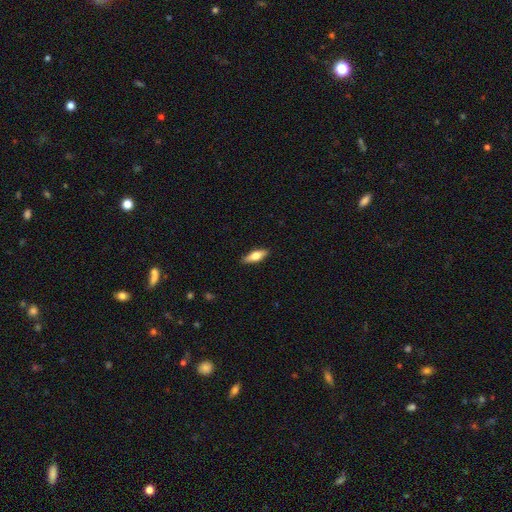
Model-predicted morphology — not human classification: This appears to be a smooth galaxy with no disk features (57%) that is in between round and cigar-shaped (57%). Merging: none (88%).